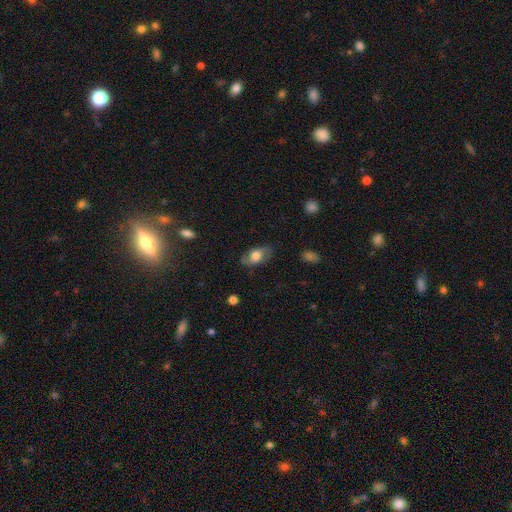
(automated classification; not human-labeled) smooth-or-featured: smooth: 57% | featured or disk: 36% | star or artifact: 8%
  how-rounded: in between: 85% | round: 10% | cigar-shaped: 4%
  merging: none: 71% | minor disturbance: 20% | major disturbance: 7% | merger: 1%